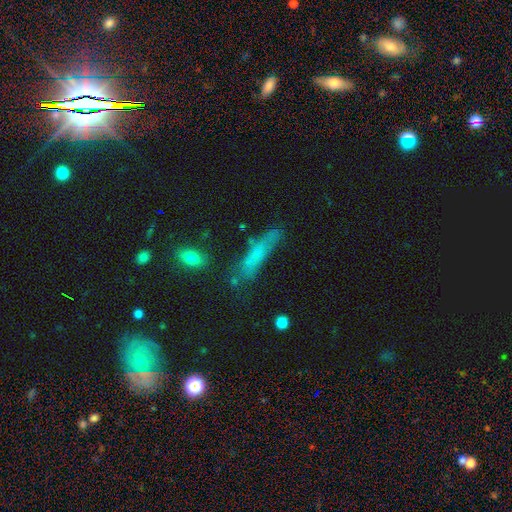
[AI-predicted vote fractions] smooth-or-featured: smooth: 60% | featured or disk: 26% | star or artifact: 14%
  how-rounded: cigar-shaped: 79% | in between: 18% | round: 3%
  merging: none: 59% | minor disturbance: 24% | major disturbance: 12% | merger: 6%